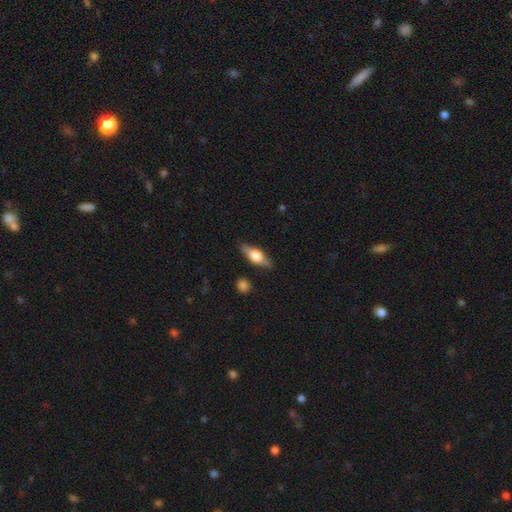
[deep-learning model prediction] smooth_or_featured: smooth (p=0.49) [alt: featured or disk p=0.45]
merging: none (p=0.85) [alt: minor disturbance p=0.11]